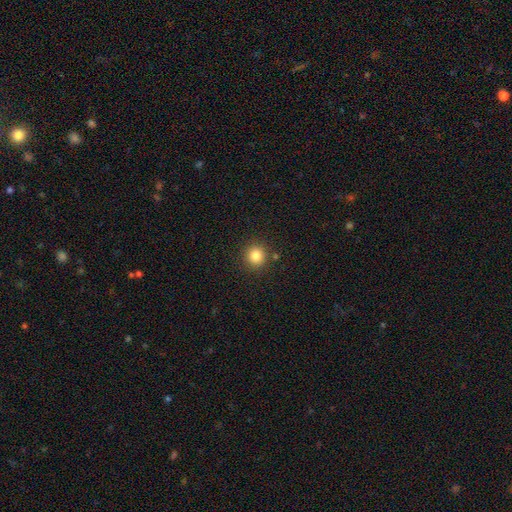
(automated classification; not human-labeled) smooth 84%, star or artifact 11%, featured or disk 5%. Down the decision tree: how rounded — round (92%); merging — none (88%).